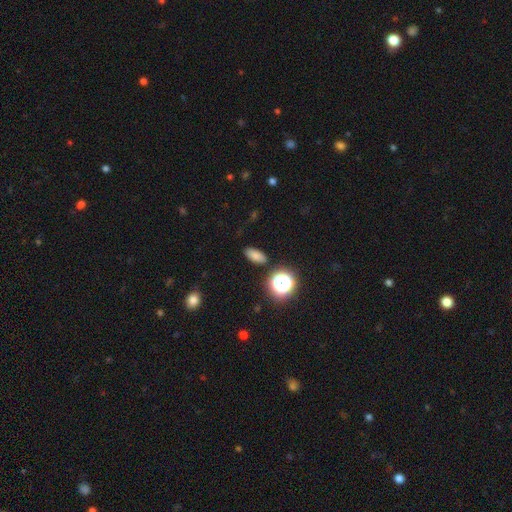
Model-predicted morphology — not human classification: Smooth or featured? Predicted: smooth (p=0.77). How rounded? Predicted: in between (p=0.82). Merging? Predicted: none (p=0.87).